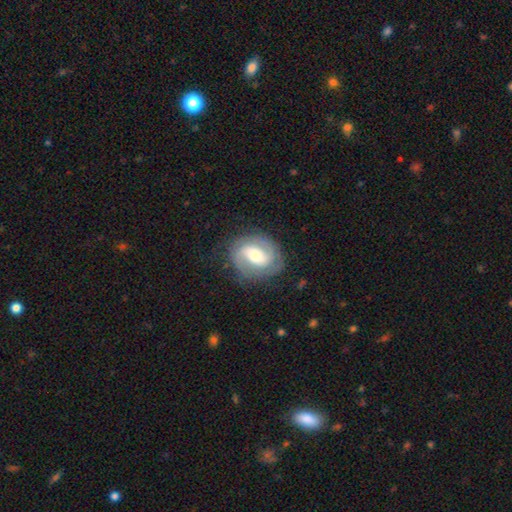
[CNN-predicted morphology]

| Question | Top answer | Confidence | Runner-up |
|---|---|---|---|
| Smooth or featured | featured or disk | 79% | smooth (15%) |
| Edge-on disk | no | 97% | yes (3%) |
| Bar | weak | 45% | strong (29%) |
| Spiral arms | yes | 93% | no (7%) |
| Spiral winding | medium | 44% | tight (41%) |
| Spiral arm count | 2 | 83% | can't tell (7%) |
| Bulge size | moderate | 59% | small (20%) |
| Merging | none | 79% | minor disturbance (14%) |